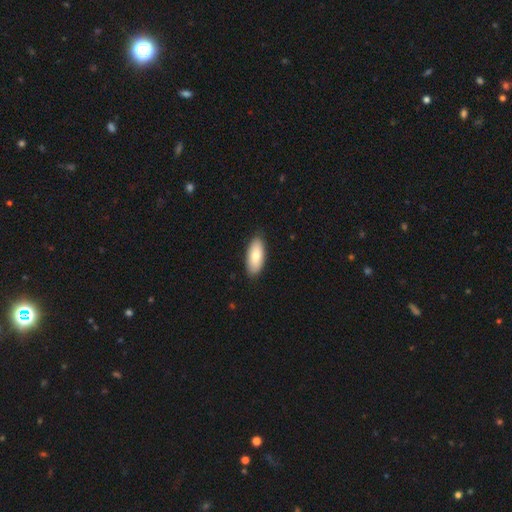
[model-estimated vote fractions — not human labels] Smooth or featured?
  - smooth: 79% *
  - featured or disk: 15%
  - star or artifact: 6%
How rounded?
  - in between: 87% *
  - cigar-shaped: 11%
  - round: 2%
Merging?
  - none: 88% *
  - minor disturbance: 10%
  - major disturbance: 2%
  - merger: 1%